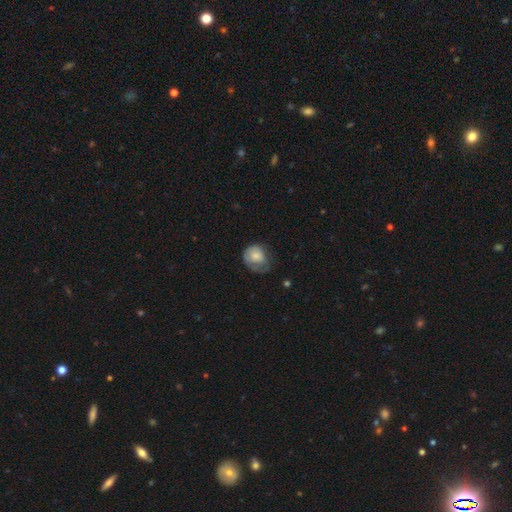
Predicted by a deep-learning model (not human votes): The model was most divided on "merging": none: 34%, minor disturbance: 33%, major disturbance: 32%, merger: 2%. More confident: smooth or featured — smooth (66%); how rounded — round (60%).